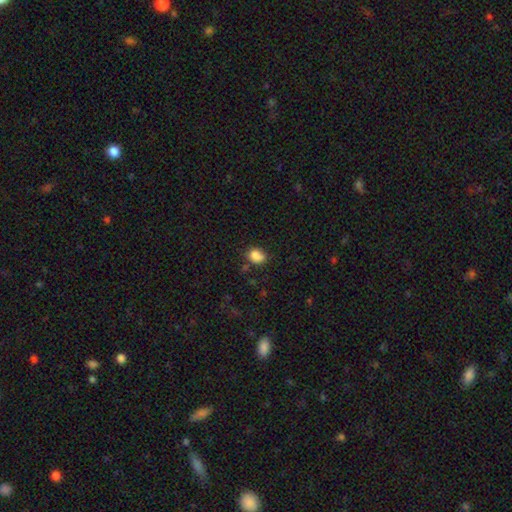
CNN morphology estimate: Smooth or featured? smooth (84%)
How rounded? in between (51%)
Merging? none (61%)